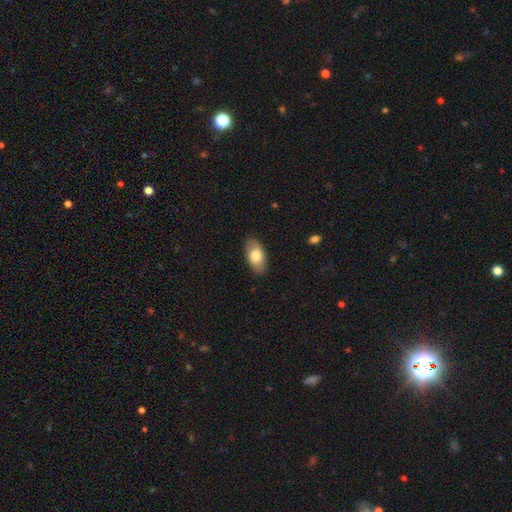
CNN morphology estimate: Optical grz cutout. It shows a smooth galaxy with no disk features (79%) that is in between round and cigar-shaped (93%). Merging: none (86%).